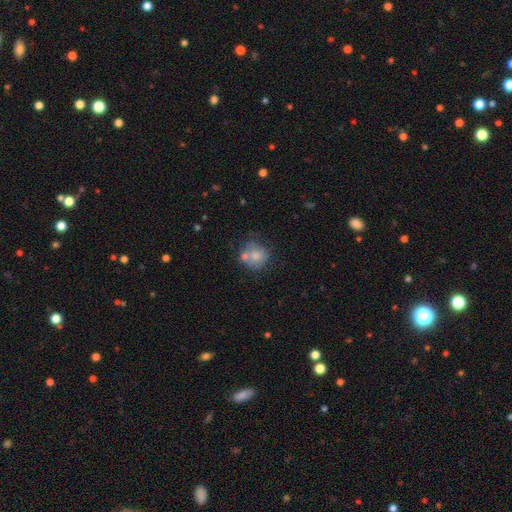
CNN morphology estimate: The model was most divided on "merging": none: 48%, merger: 23%, minor disturbance: 20%, major disturbance: 9%. More confident: how rounded — round (81%); smooth or featured — smooth (73%).